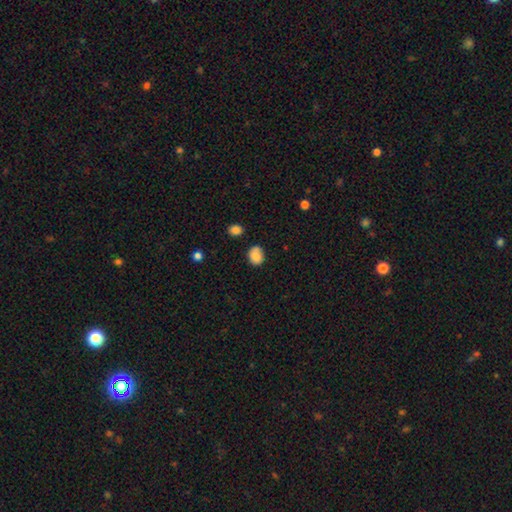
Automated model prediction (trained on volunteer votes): Smooth or featured?
  - smooth: 84% *
  - star or artifact: 9%
  - featured or disk: 7%
How rounded?
  - in between: 51% *
  - round: 48%
  - cigar-shaped: 1%
Merging?
  - none: 71% *
  - minor disturbance: 21%
  - major disturbance: 4%
  - merger: 4%